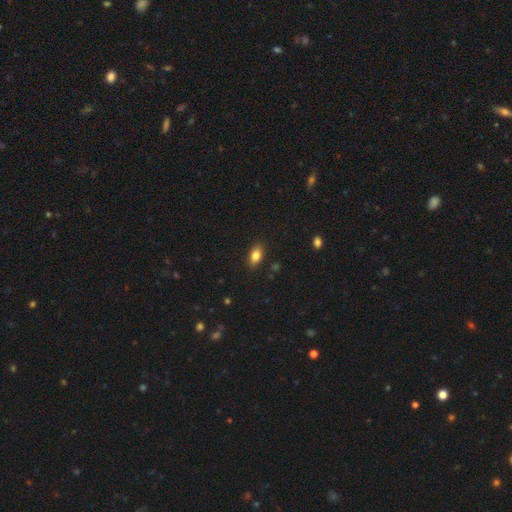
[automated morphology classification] Overall: smooth (84%). How rounded: in between (87%). Merging: none (87%).